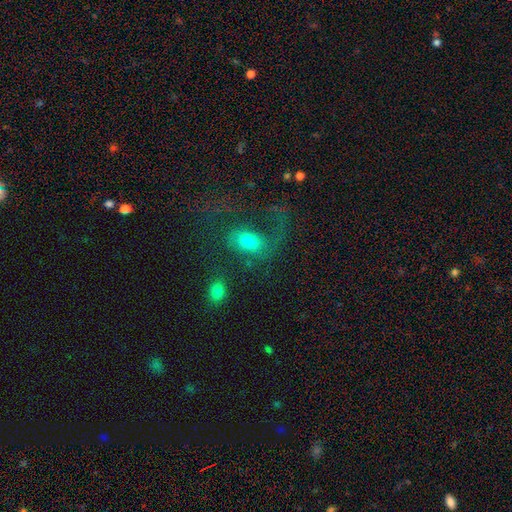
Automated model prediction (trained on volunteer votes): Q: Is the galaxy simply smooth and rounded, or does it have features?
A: featured or disk — 50%.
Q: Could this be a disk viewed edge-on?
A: no — 96%.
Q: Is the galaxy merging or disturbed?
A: none — 40%.